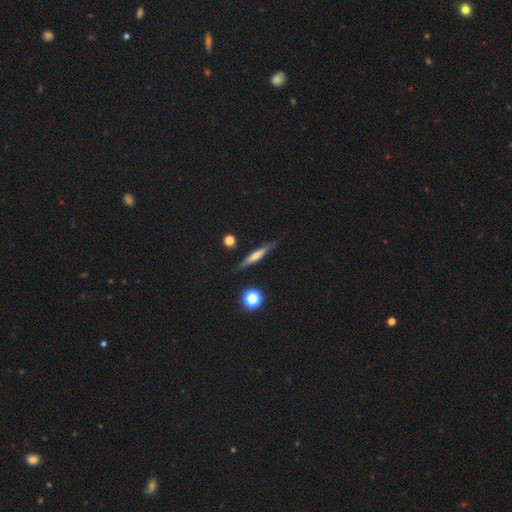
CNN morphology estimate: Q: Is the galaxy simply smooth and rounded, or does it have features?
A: featured or disk — 47%.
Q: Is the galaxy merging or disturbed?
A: none — 85%.